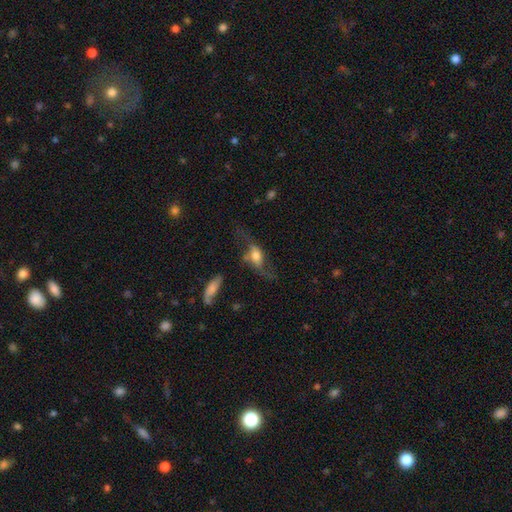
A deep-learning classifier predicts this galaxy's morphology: Smooth or featured: featured or disk — 59% (smooth — 33%)
Edge-on disk: no — 76% (yes — 24%)
Merging: none — 42% (major disturbance — 31%)